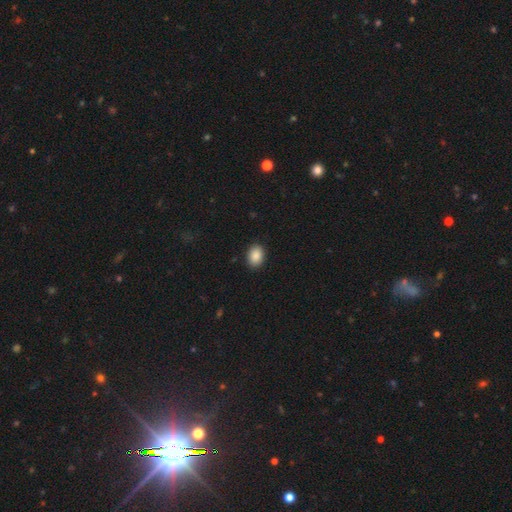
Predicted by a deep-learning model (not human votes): Smooth or featured: smooth — 89% (star or artifact — 8%)
How rounded: in between — 75% (round — 24%)
Merging: none — 90% (minor disturbance — 7%)